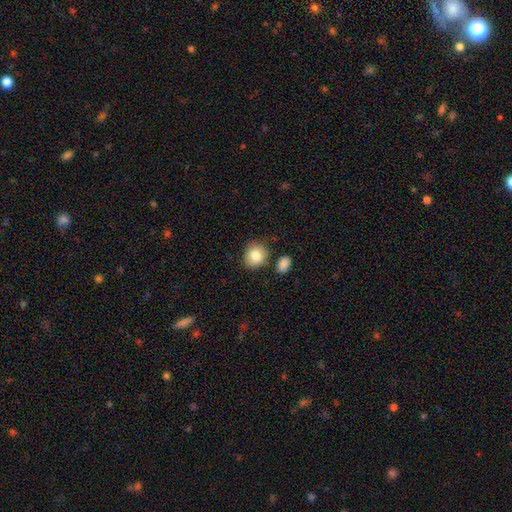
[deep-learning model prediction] A smooth galaxy with no disk features (83%) that is round (71%). Merging: none (76%).